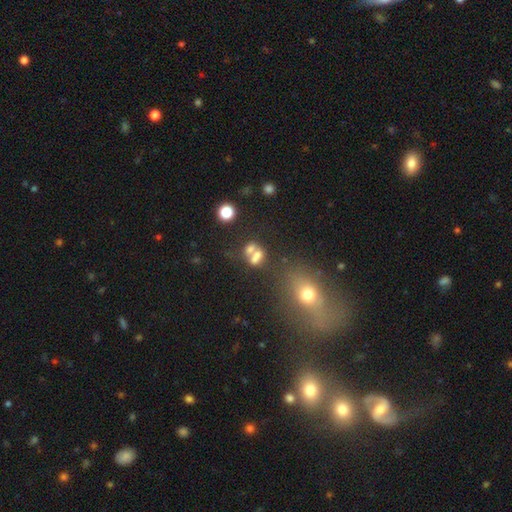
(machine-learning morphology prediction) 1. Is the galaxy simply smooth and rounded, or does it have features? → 59% smooth, 24% featured or disk, 17% star or artifact.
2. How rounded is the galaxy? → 58% in between, 39% round, 3% cigar-shaped.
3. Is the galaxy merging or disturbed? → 57% merger, 26% none, 9% minor disturbance, 8% major disturbance.